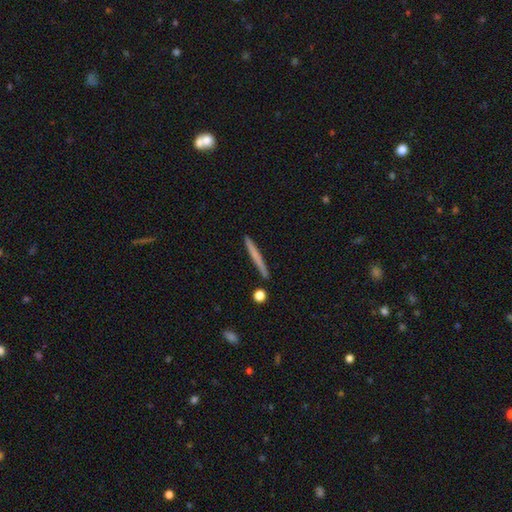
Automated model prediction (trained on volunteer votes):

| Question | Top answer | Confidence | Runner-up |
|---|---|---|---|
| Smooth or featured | smooth | 58% | featured or disk (36%) |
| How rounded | cigar-shaped | 96% | in between (2%) |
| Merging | none | 89% | minor disturbance (7%) |